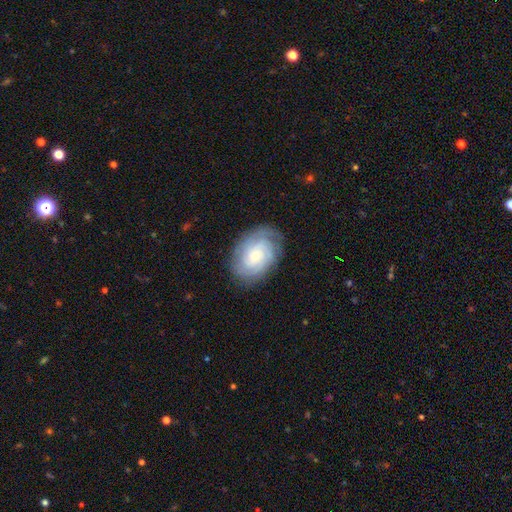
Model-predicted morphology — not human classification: A featured or disk galaxy (78%) with no bar (72%), tight (74%) spiral arms (96%) and a small central bulge (67%).

Vote fractions:
- Smooth or featured? featured or disk: 78% / smooth: 15% / star or artifact: 6%
- Edge-on disk? no: 97% / yes: 3%
- Bar? no: 72% / weak: 24% / strong: 4%
- Spiral arms? yes: 96% / no: 4%
- Spiral winding? tight: 74% / medium: 22% / loose: 4%
- Spiral arm count? can't tell: 31% / 3: 23% / 4: 20% / 2: 14% / more than 4: 7% / 1: 6%
- Bulge size? small: 67% / moderate: 27% / large: 3% / none: 2% / dominant: 1%
- Merging? none: 80% / minor disturbance: 15% / major disturbance: 5% / merger: 1%